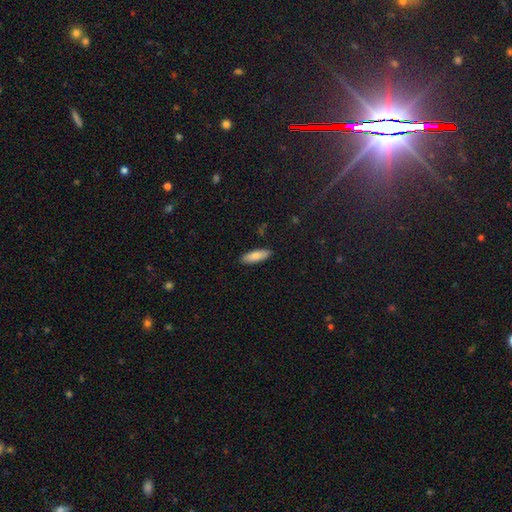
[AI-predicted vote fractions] Smooth or featured: smooth — 85% (featured or disk — 10%)
How rounded: in between — 55% (cigar-shaped — 44%)
Merging: none — 89% (minor disturbance — 8%)